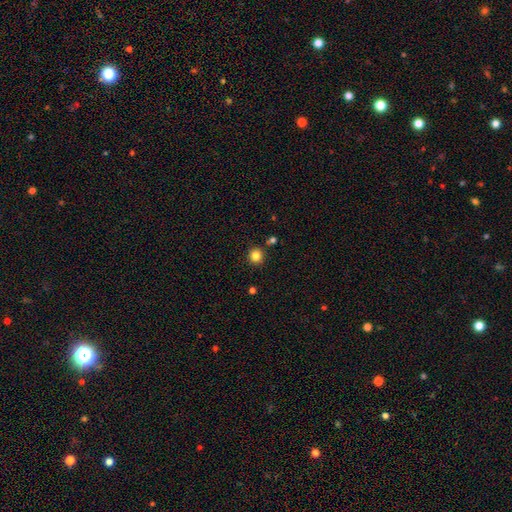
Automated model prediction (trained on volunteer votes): smooth 84%, star or artifact 12%, featured or disk 5%. Down the decision tree: how rounded — round (94%); merging — none (88%).